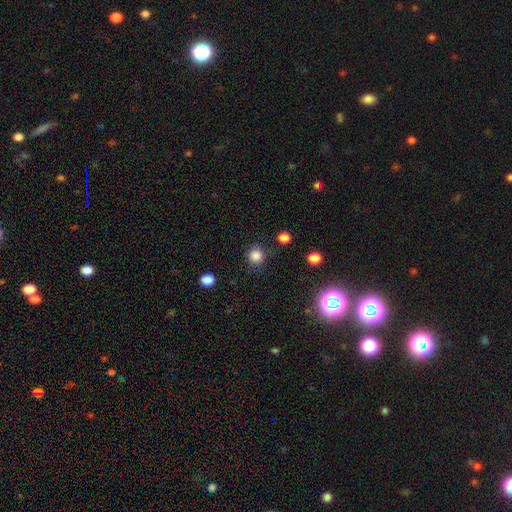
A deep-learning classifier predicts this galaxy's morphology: Overall: smooth (84%). How rounded: round (89%). Merging: none (80%).